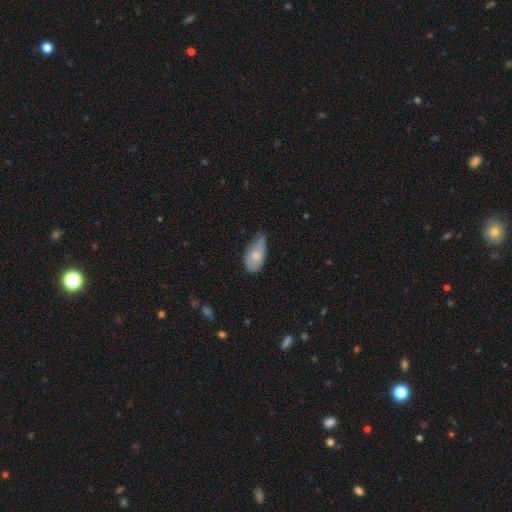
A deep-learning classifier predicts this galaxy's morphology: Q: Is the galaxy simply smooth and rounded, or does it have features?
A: smooth — 73%.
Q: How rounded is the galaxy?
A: in between — 91%.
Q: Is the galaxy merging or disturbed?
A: minor disturbance — 53%.